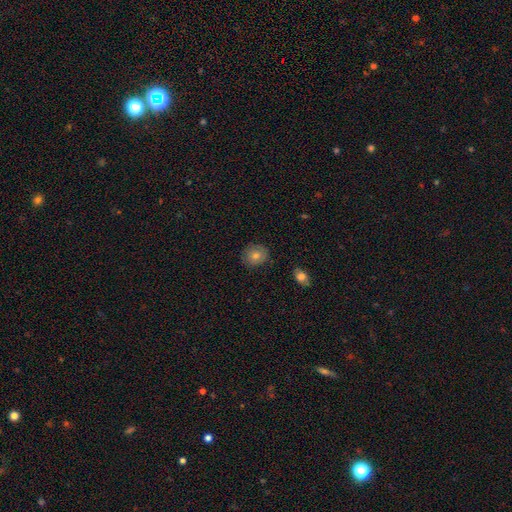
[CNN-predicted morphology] Smooth or featured?
  - smooth: 70% *
  - featured or disk: 17%
  - star or artifact: 12%
How rounded?
  - round: 76% *
  - in between: 23%
  - cigar-shaped: 1%
Merging?
  - none: 85% *
  - minor disturbance: 11%
  - major disturbance: 2%
  - merger: 1%